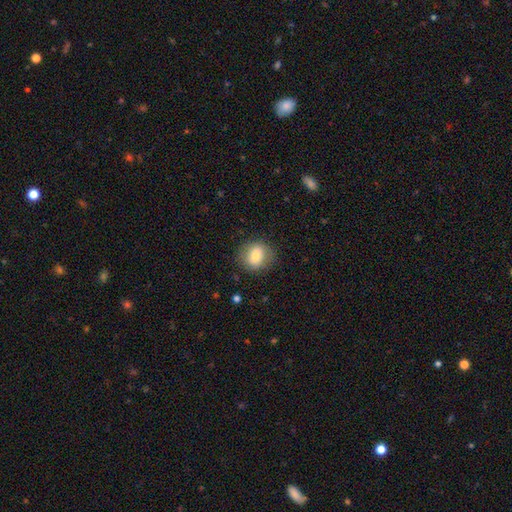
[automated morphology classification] type=smooth (75%); roundness=round (76%); merging=none (81%).